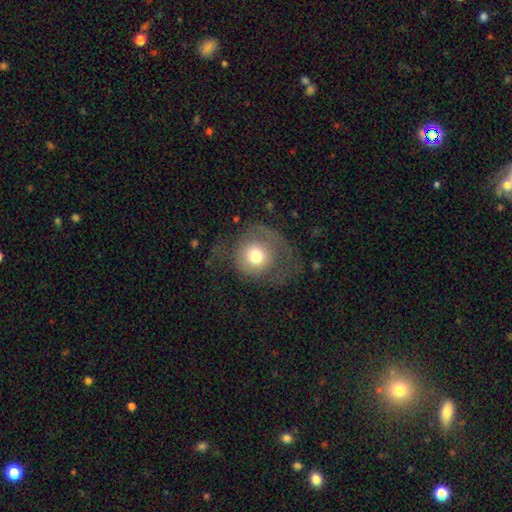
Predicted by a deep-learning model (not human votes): Smooth or featured: smooth — 62% (featured or disk — 29%)
How rounded: round — 87% (in between — 12%)
Merging: none — 41% (major disturbance — 38%)